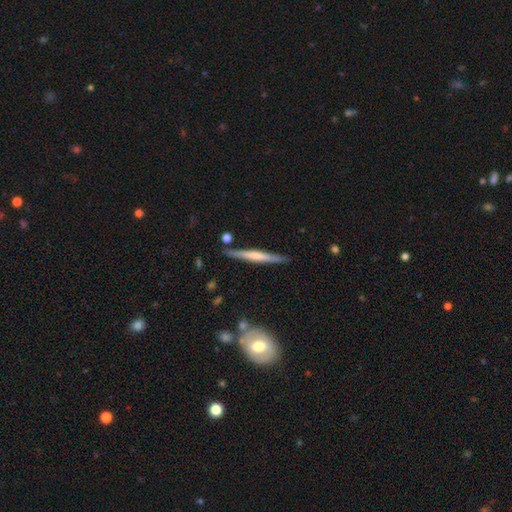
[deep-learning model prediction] A featured or disk galaxy (50%). Merging: none (86%).